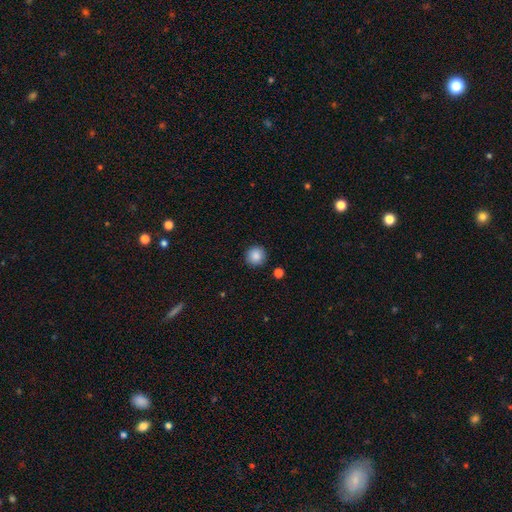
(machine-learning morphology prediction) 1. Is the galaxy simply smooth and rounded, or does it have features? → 88% smooth, 9% star or artifact, 4% featured or disk.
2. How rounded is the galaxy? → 94% round, 5% in between, 1% cigar-shaped.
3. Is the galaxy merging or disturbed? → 91% none, 6% minor disturbance, 2% major disturbance, 2% merger.